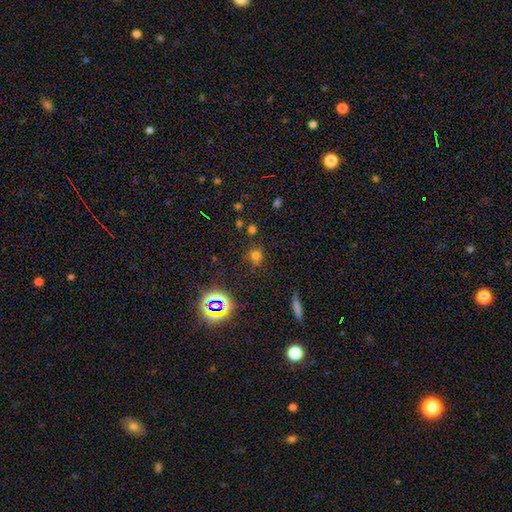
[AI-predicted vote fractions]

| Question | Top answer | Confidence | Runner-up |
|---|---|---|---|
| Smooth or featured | smooth | 61% | star or artifact (30%) |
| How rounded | round | 85% | in between (13%) |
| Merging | none | 77% | minor disturbance (13%) |